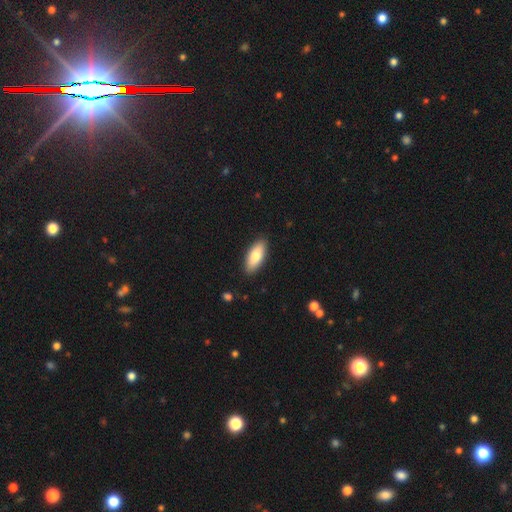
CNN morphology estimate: Smooth or featured? smooth (78%)
How rounded? in between (80%)
Merging? none (89%)